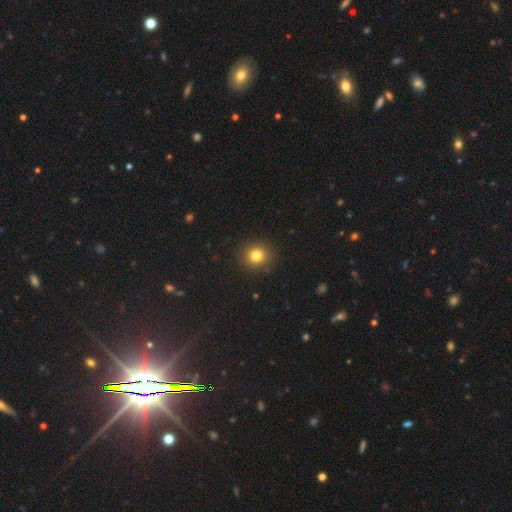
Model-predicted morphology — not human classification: Smooth or featured? smooth (81%)
How rounded? round (89%)
Merging? none (91%)